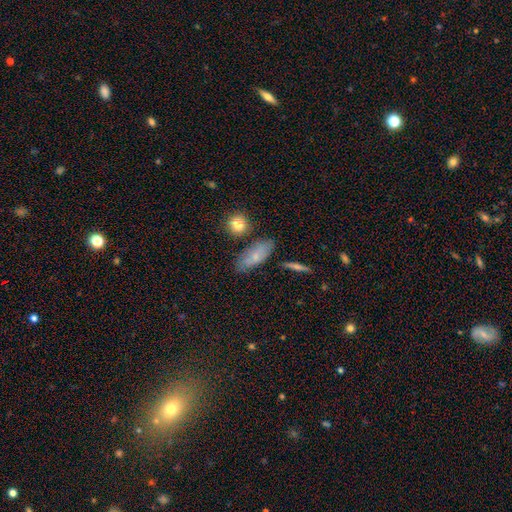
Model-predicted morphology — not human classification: A smooth galaxy with no disk features (68%) that is in between round and cigar-shaped (75%). Merging: none (72%).